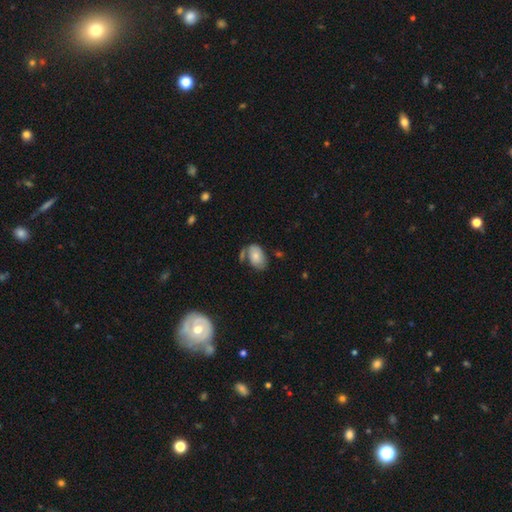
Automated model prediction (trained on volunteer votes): A smooth galaxy with no disk features (70%) that is in between round and cigar-shaped (89%). Merging: none (48%).